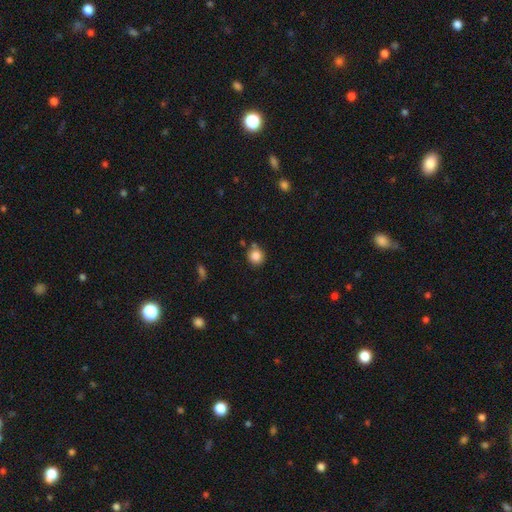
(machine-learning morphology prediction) Q: Smooth or featured?
A: smooth (85%); runner-up: star or artifact (10%)
Q: How rounded?
A: round (90%); runner-up: in between (9%)
Q: Merging?
A: none (78%); runner-up: minor disturbance (11%)